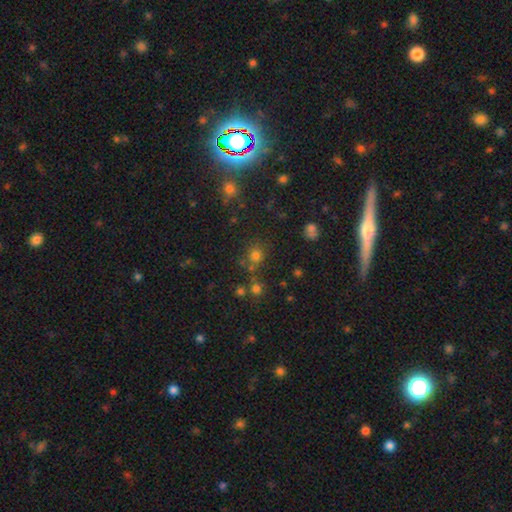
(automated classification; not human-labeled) Smooth or featured? smooth (68%)
How rounded? round (86%)
Merging? none (69%)